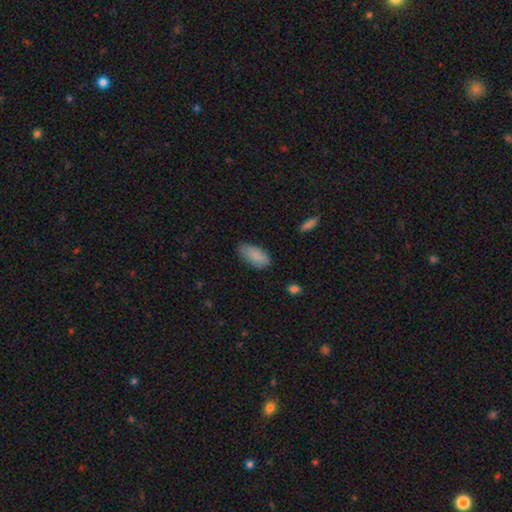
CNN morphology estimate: Q: Smooth or featured?
A: smooth (87%); runner-up: star or artifact (7%)
Q: How rounded?
A: in between (90%); runner-up: cigar-shaped (8%)
Q: Merging?
A: none (75%); runner-up: minor disturbance (20%)